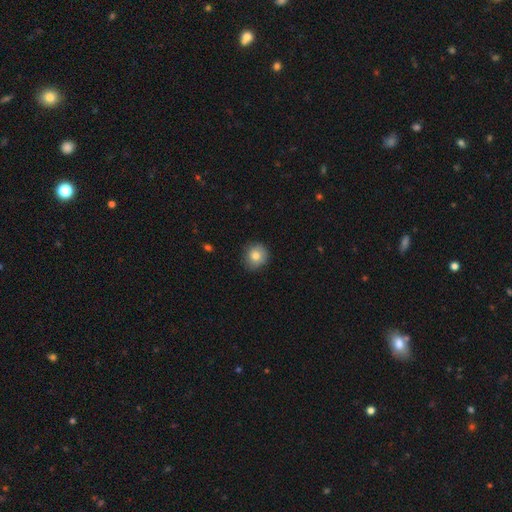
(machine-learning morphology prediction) Smooth or featured: smooth — 81% (featured or disk — 10%)
How rounded: round — 86% (in between — 13%)
Merging: none — 82% (minor disturbance — 14%)